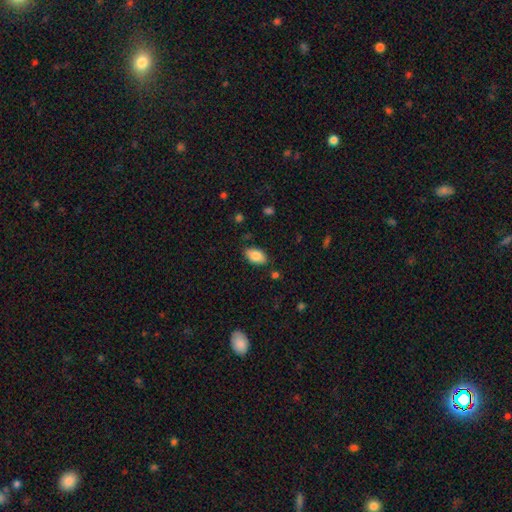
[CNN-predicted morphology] Smooth or featured? Predicted: smooth (p=0.85). How rounded? Predicted: in between (p=0.93). Merging? Predicted: none (p=0.82).